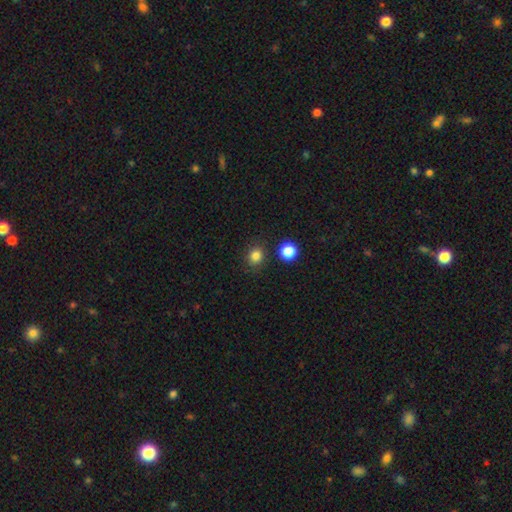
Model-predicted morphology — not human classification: type=smooth (82%); roundness=round (81%); merging=none (84%).